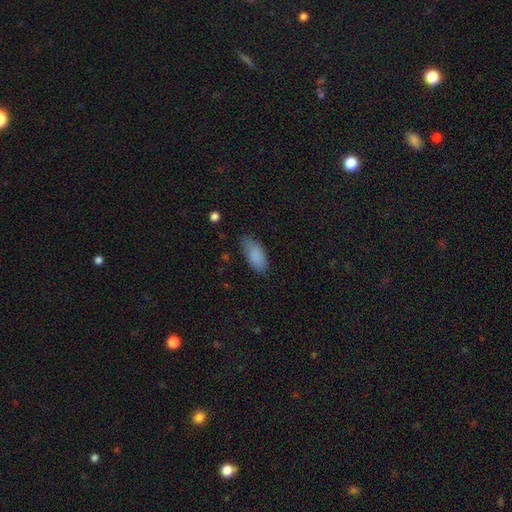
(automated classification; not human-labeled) Q: Smooth or featured?
A: smooth (87%); runner-up: star or artifact (7%)
Q: How rounded?
A: in between (87%); runner-up: cigar-shaped (10%)
Q: Merging?
A: none (74%); runner-up: minor disturbance (20%)